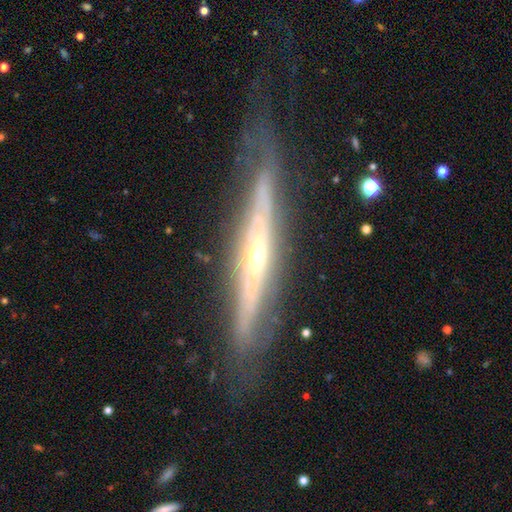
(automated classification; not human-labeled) Morphology: type=featured or disk (80%); edge-on=yes (78%); edge-on bulge=rounded (69%); merging=none (68%).